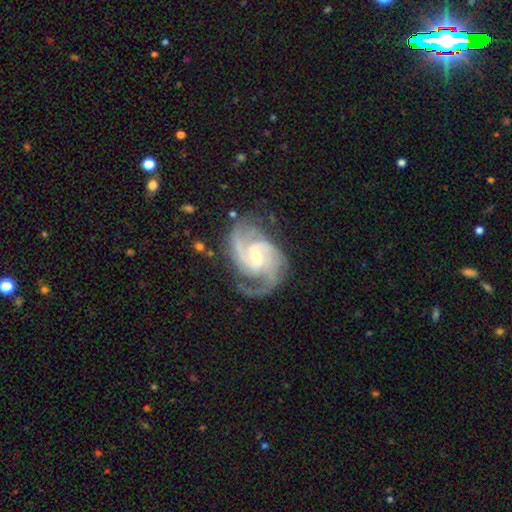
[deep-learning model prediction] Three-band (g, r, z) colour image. It shows a featured or disk galaxy (93%) with a weak bar (45%), 2 (45%) medium (51%) spiral arms (99%) and a small central bulge (57%). Merging: none (71%).